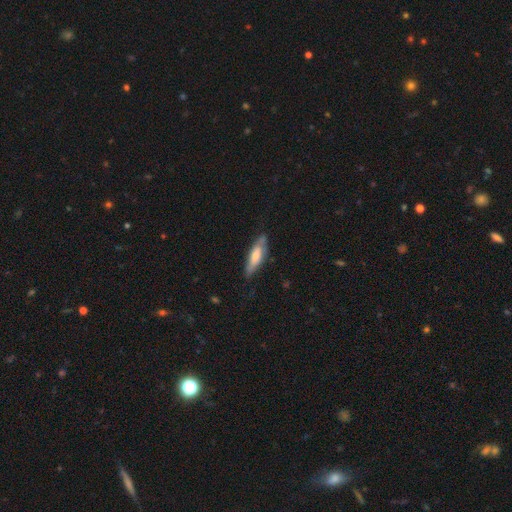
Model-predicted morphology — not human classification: A smooth galaxy with no disk features (56%) that is cigar-shaped (56%).

Vote fractions:
- Smooth or featured? smooth: 56% / featured or disk: 38% / star or artifact: 6%
- How rounded? cigar-shaped: 56% / in between: 42% / round: 2%
- Merging? none: 64% / minor disturbance: 27% / major disturbance: 7% / merger: 2%